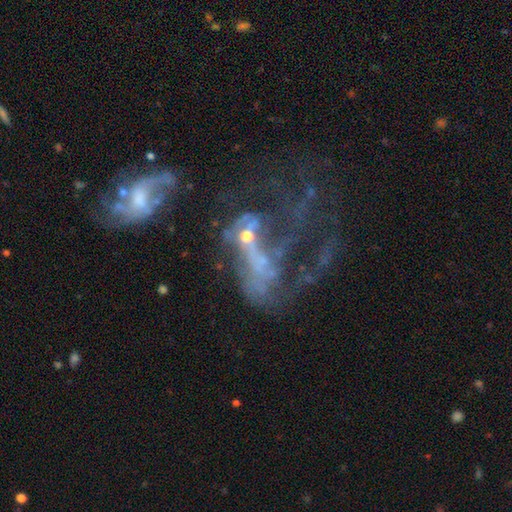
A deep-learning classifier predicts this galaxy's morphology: This appears to be a featured or disk galaxy (68%) with no bar (70%), no spiral arms (57%) and no central bulge (40%). Merging: merger (40%).